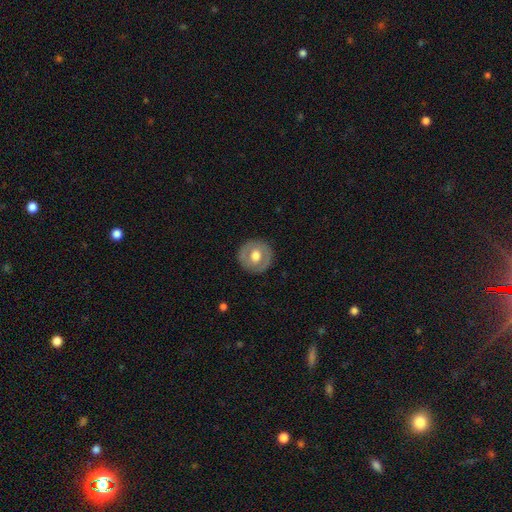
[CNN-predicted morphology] Overall: smooth (50%; featured or disk 44%). How rounded: round (92%). Merging: none (88%).